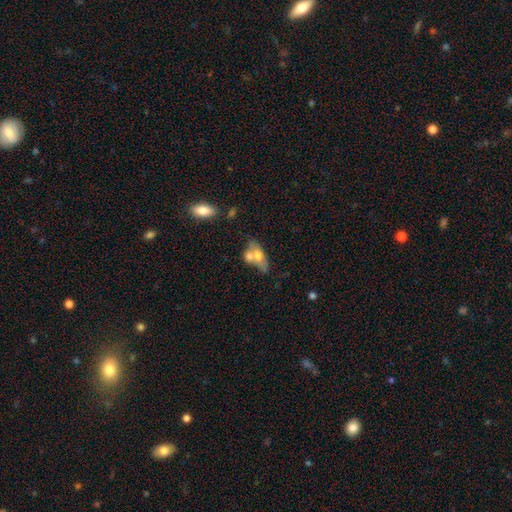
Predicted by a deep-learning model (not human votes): This is possibly a smooth galaxy (58%). How rounded: clearly in between (82%). Merging: possibly merger (53%).